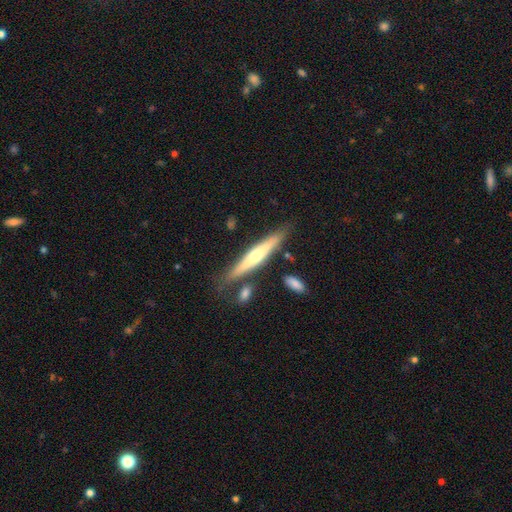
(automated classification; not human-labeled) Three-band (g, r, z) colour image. It shows a featured or disk galaxy (58%) viewed edge-on (93%) with a rounded central bulge (82%). Merging: none (78%).